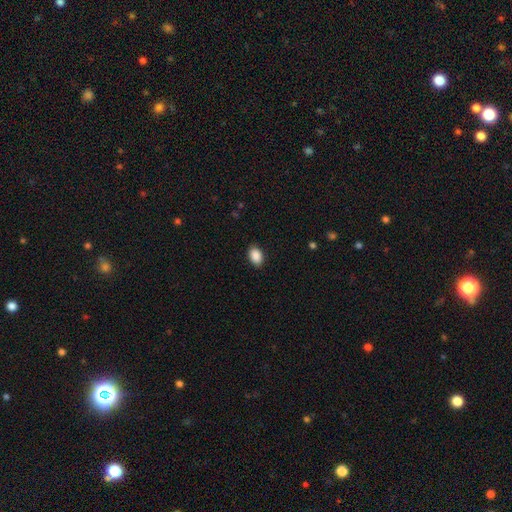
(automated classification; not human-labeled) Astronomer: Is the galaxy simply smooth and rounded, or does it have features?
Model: smooth — 90%.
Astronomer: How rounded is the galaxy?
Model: in between — 85%.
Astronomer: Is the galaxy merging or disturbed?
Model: none — 88%.